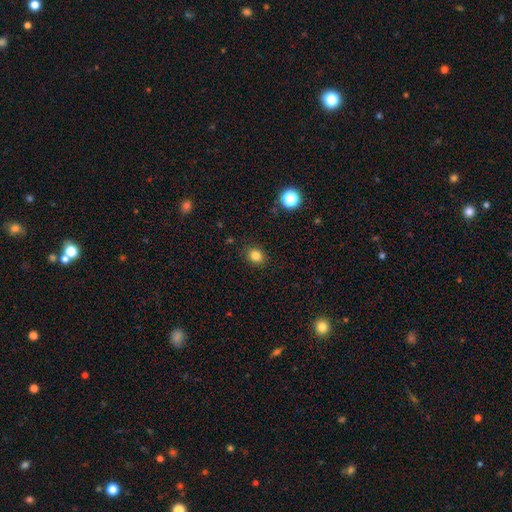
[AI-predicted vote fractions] smooth-or-featured: smooth: 82% | star or artifact: 12% | featured or disk: 6%
  how-rounded: round: 59% | in between: 40% | cigar-shaped: 1%
  merging: none: 88% | minor disturbance: 9% | major disturbance: 2% | merger: 1%